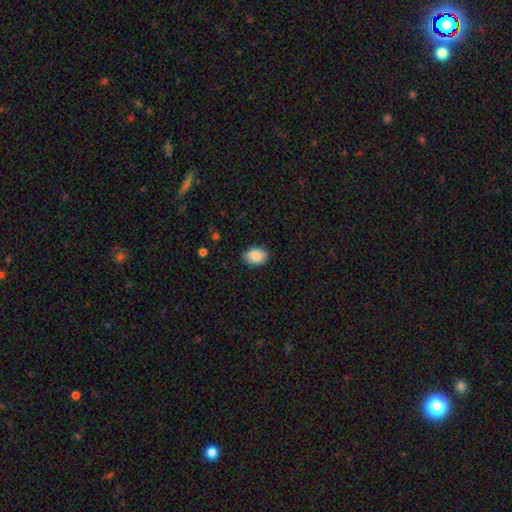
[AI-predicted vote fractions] This appears to be a smooth galaxy with no disk features (88%) that is in between round and cigar-shaped (81%). Merging: none (87%).